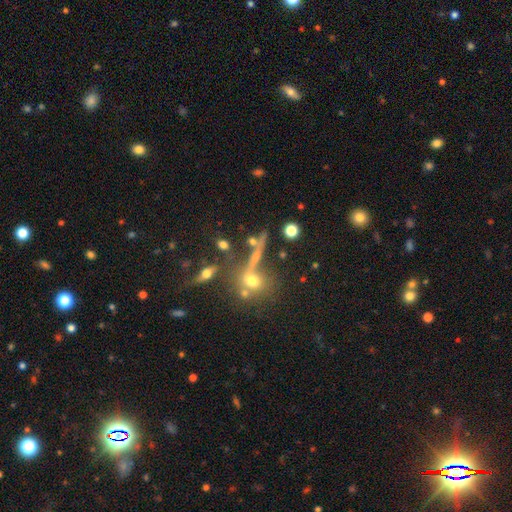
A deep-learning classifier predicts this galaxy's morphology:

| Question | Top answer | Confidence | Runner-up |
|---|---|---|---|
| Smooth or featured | smooth | 44% | featured or disk (35%) |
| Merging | none | 49% | merger (26%) |